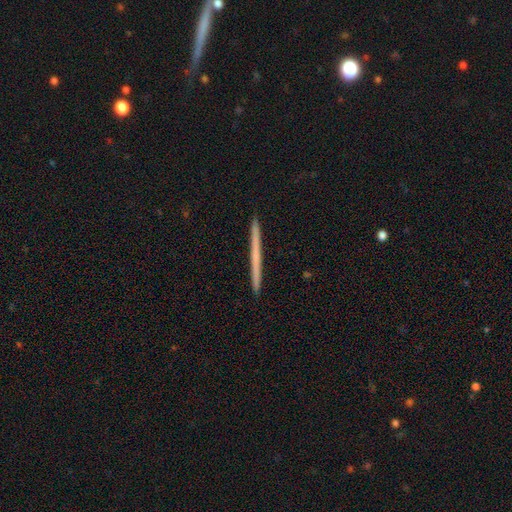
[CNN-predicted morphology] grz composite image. It shows a featured or disk galaxy (50%). Merging: none (93%).